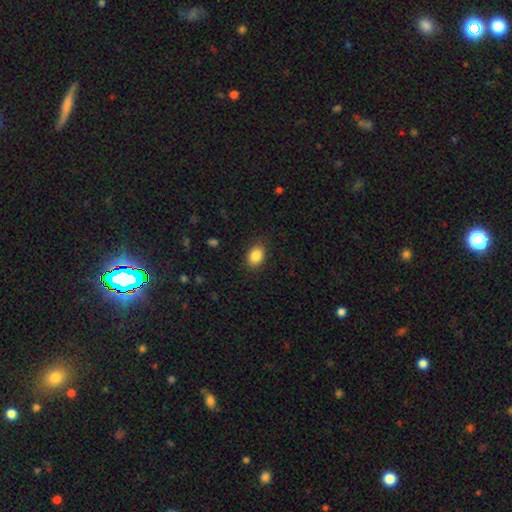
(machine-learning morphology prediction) A smooth galaxy with no disk features (87%) that is in between round and cigar-shaped (71%).

Vote fractions:
- Smooth or featured? smooth: 87% / star or artifact: 8% / featured or disk: 5%
- How rounded? in between: 71% / round: 28% / cigar-shaped: 1%
- Merging? none: 86% / minor disturbance: 10% / major disturbance: 3% / merger: 1%